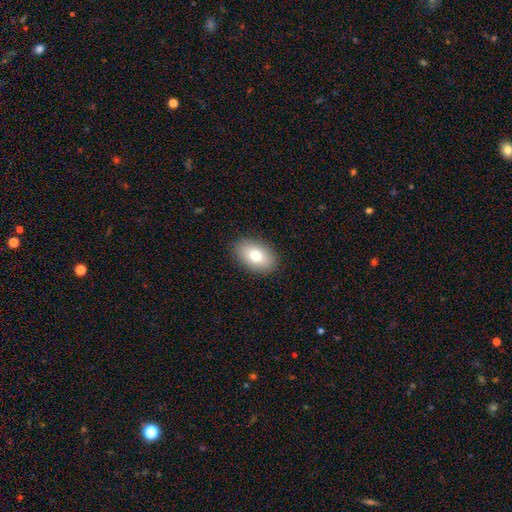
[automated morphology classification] smooth_or_featured: smooth (p=0.76) [alt: featured or disk p=0.15]
how_rounded: in between (p=0.89) [alt: round p=0.09]
merging: none (p=0.89) [alt: minor disturbance p=0.08]